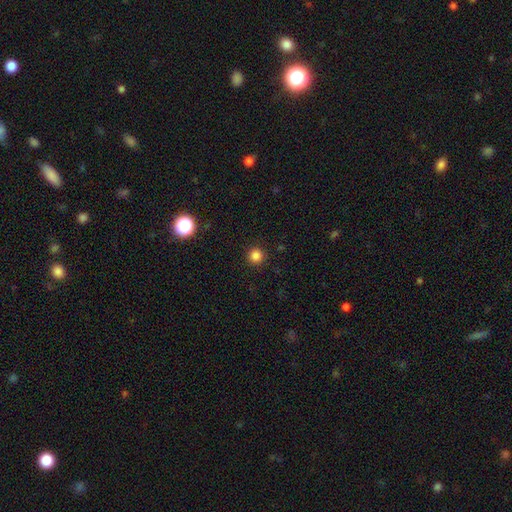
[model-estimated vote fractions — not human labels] Smooth or featured?
  - smooth: 84% *
  - star or artifact: 13%
  - featured or disk: 3%
How rounded?
  - round: 95% *
  - in between: 4%
  - cigar-shaped: 1%
Merging?
  - none: 92% *
  - minor disturbance: 5%
  - major disturbance: 2%
  - merger: 1%